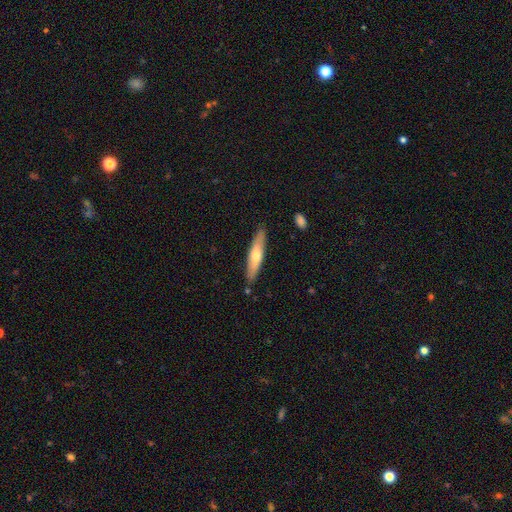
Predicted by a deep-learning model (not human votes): smooth 55%, featured or disk 40%, star or artifact 5%. Down the decision tree: how rounded — cigar-shaped (80%); merging — none (85%).